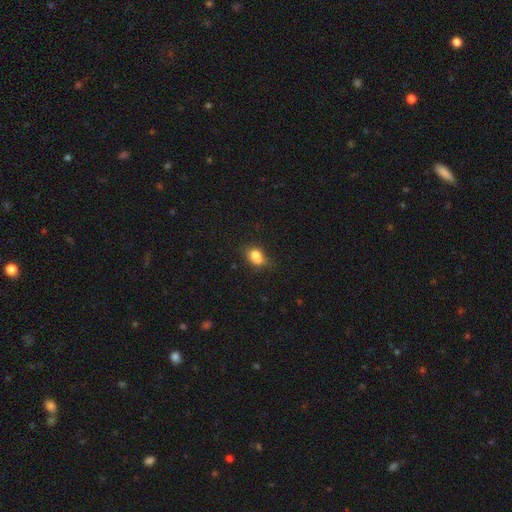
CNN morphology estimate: smooth-or-featured: smooth: 76% | featured or disk: 13% | star or artifact: 11%
  how-rounded: in between: 64% | round: 34% | cigar-shaped: 2%
  merging: none: 42% | minor disturbance: 27% | merger: 21% | major disturbance: 9%